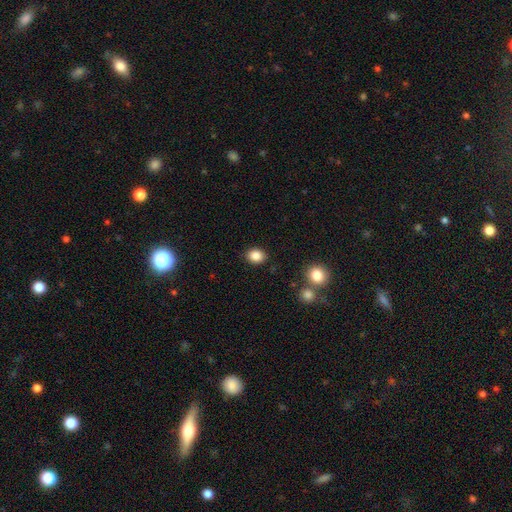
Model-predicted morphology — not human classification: A smooth galaxy with no disk features (86%) that is round (52%).

Vote fractions:
- Smooth or featured? smooth: 86% / star or artifact: 10% / featured or disk: 4%
- How rounded? round: 52% / in between: 47% / cigar-shaped: 1%
- Merging? none: 88% / minor disturbance: 8% / major disturbance: 2% / merger: 2%